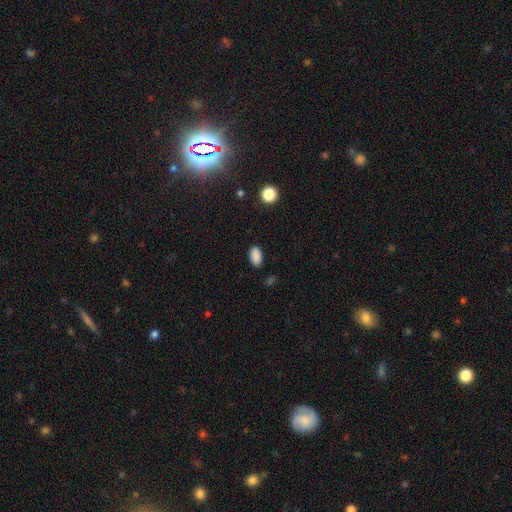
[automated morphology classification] Overall: smooth (88%). How rounded: in between (93%). Merging: none (87%).